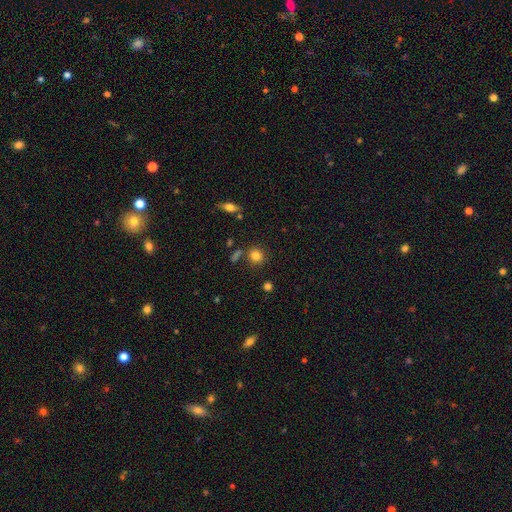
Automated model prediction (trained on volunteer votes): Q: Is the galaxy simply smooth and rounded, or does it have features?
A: smooth — 82%.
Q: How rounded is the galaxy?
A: round — 86%.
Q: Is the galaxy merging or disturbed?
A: none — 81%.